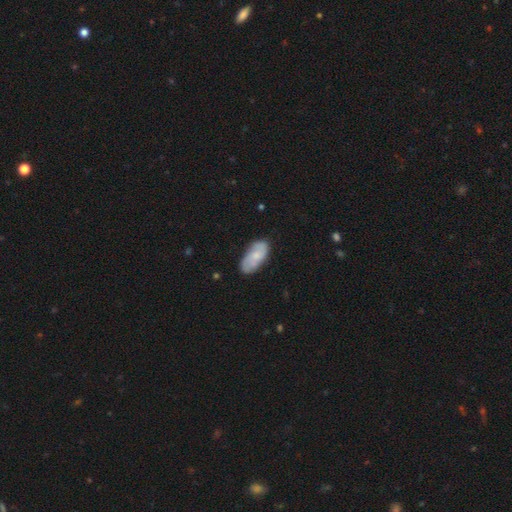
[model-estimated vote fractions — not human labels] This appears to be a smooth galaxy with no disk features (55%) that is in between round and cigar-shaped (90%). Merging: none (73%).